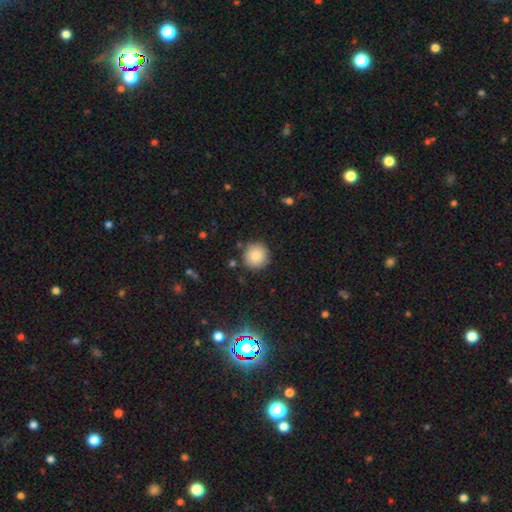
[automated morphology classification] Smooth or featured: smooth — 85% (star or artifact — 10%)
How rounded: round — 94% (in between — 5%)
Merging: none — 88% (minor disturbance — 7%)